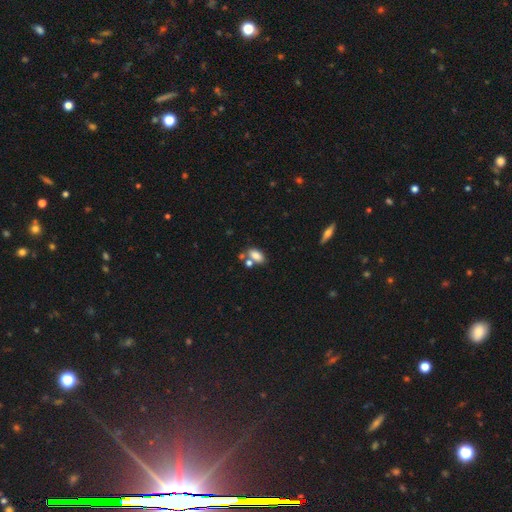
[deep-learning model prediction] Overall: smooth (82%). How rounded: in between (90%). Merging: none (57%; merger 26%).